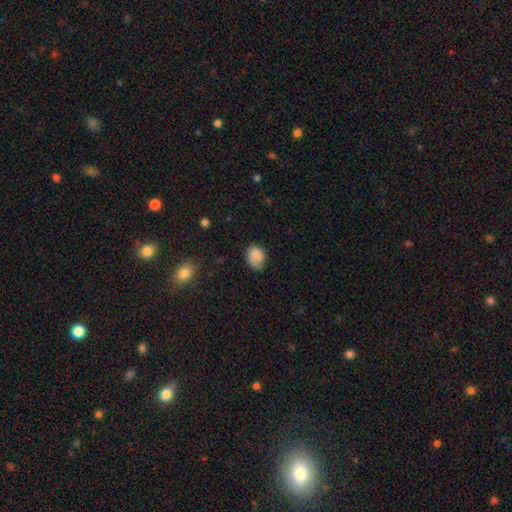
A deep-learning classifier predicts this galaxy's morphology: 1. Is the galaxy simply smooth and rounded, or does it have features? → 82% smooth, 10% featured or disk, 8% star or artifact.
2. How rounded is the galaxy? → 59% in between, 40% round, 1% cigar-shaped.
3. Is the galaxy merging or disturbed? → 62% none, 28% minor disturbance, 8% major disturbance, 2% merger.